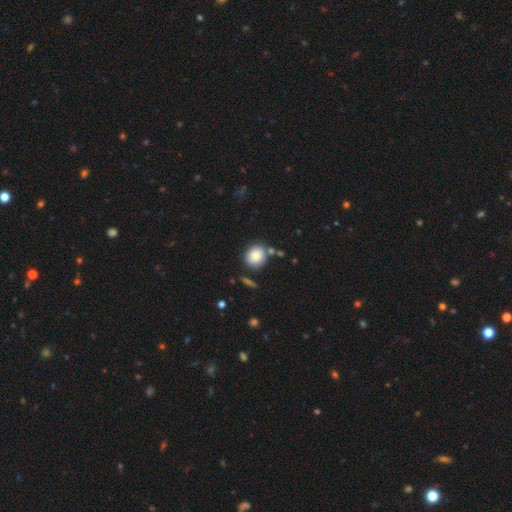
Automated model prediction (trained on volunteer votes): smooth_or_featured: smooth (p=0.84) [alt: star or artifact p=0.09]
how_rounded: round (p=0.75) [alt: in between p=0.24]
merging: none (p=0.75) [alt: minor disturbance p=0.12]